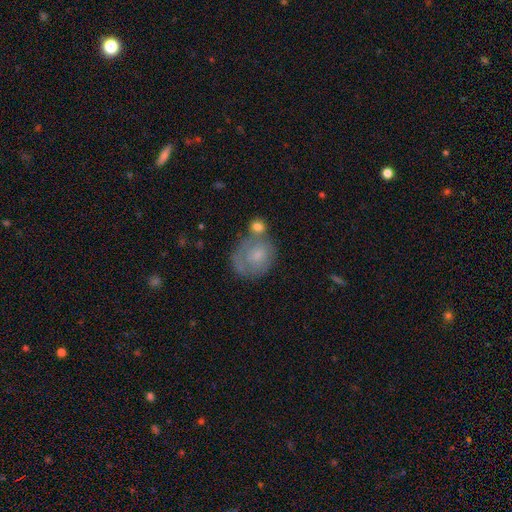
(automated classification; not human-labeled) This appears to be a smooth galaxy with no disk features (49%). Merging: none (45%).